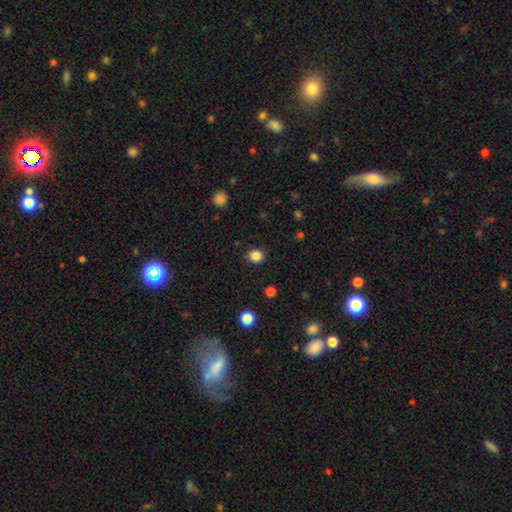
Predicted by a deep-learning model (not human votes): This appears to be a smooth galaxy with no disk features (85%) that is round (77%). Merging: none (89%).